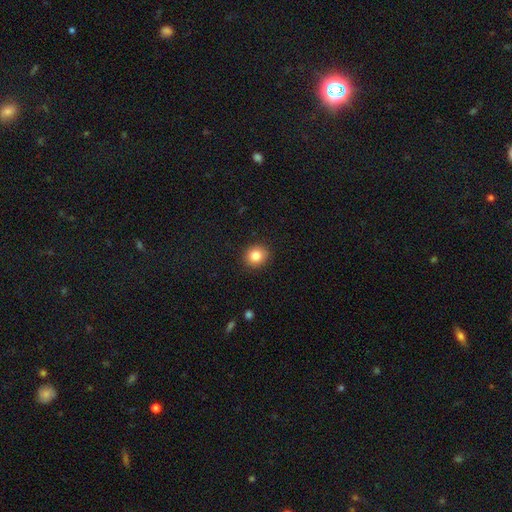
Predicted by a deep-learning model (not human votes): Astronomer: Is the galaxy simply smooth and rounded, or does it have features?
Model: smooth — 83%.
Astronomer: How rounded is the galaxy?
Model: round — 79%.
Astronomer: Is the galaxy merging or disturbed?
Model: none — 90%.